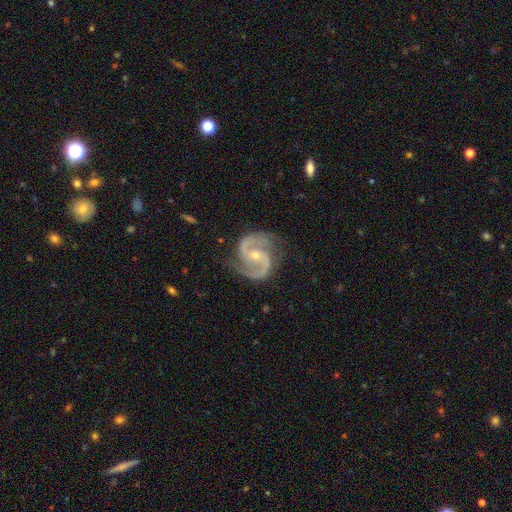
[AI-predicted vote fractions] This is clearly a featured or disk galaxy (93%). It is clearly not viewed edge-on (98%). Bar: possibly no (51%). Spiral arm pattern: clearly yes (99%). Spiral arm count: clearly 2 (94%). Spiral winding: likely medium (65%). Central bulge: possibly small (59%). Merging: clearly none (80%).